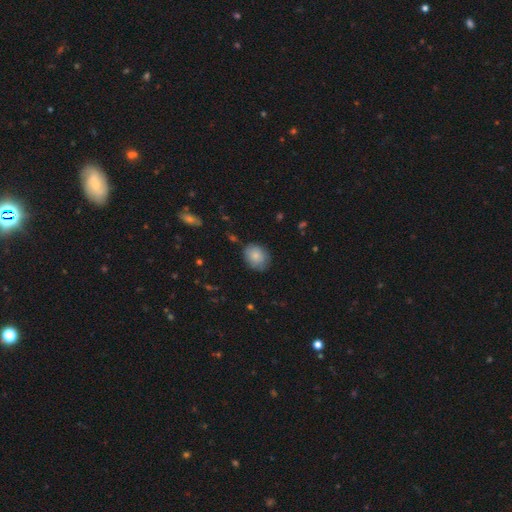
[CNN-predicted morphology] The model was most divided on "how rounded": in between: 53%, round: 46%, cigar-shaped: 1%. More confident: smooth or featured — smooth (82%); merging — none (77%).